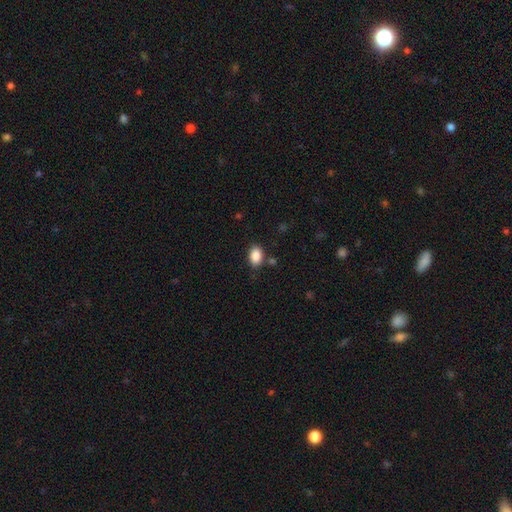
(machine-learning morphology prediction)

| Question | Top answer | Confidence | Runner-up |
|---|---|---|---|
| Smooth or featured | smooth | 88% | star or artifact (8%) |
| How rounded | in between | 86% | round (13%) |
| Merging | none | 81% | minor disturbance (12%) |